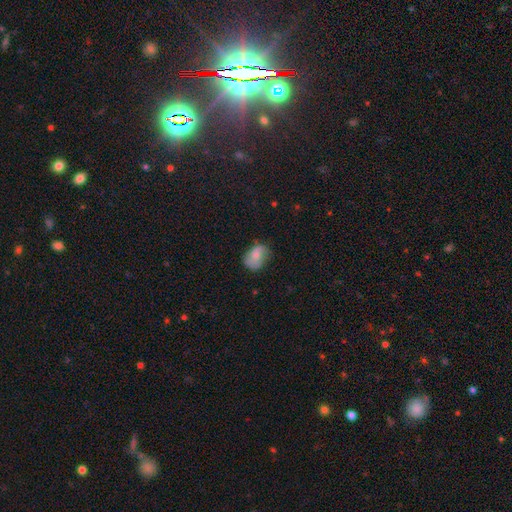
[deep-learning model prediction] Morphology: type=smooth (60%); roundness=in between (69%); merging=none (56%).